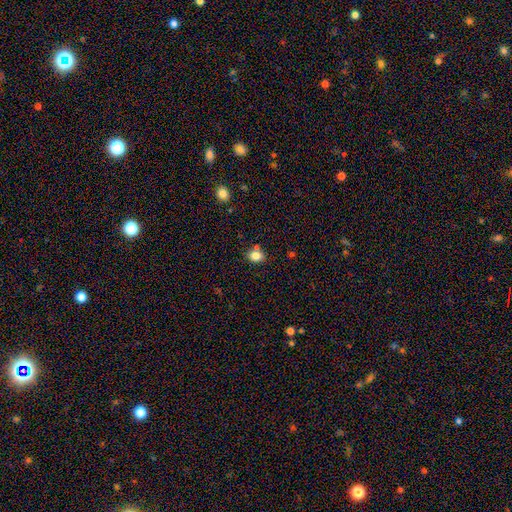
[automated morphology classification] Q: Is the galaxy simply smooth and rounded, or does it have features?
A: smooth — 82%.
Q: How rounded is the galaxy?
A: in between — 53%.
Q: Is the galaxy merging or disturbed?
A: none — 74%.